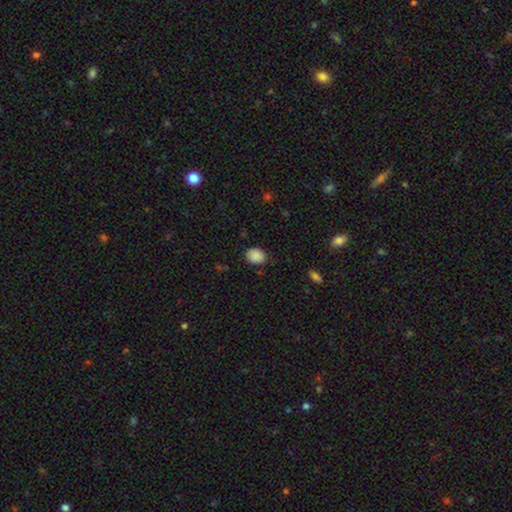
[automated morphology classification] Overall: smooth (87%). How rounded: round (51%; in between 48%). Merging: none (79%).